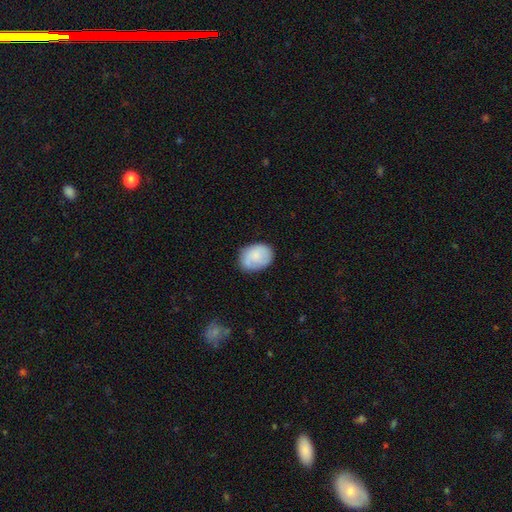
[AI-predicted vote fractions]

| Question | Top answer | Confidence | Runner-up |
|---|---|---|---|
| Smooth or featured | smooth | 79% | featured or disk (14%) |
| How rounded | in between | 74% | round (26%) |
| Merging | none | 70% | minor disturbance (23%) |